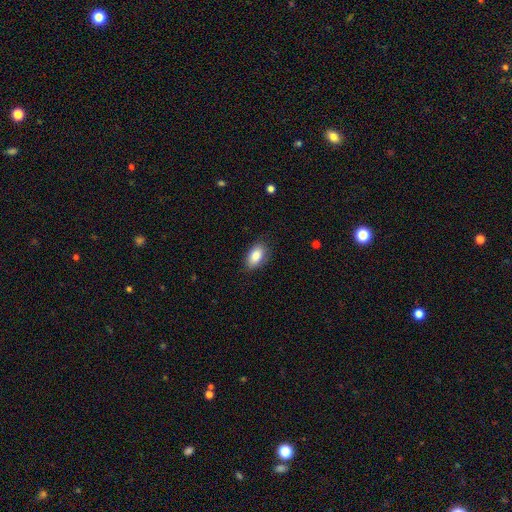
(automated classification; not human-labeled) A smooth galaxy with no disk features (86%) that is in between round and cigar-shaped (92%). Merging: none (81%).